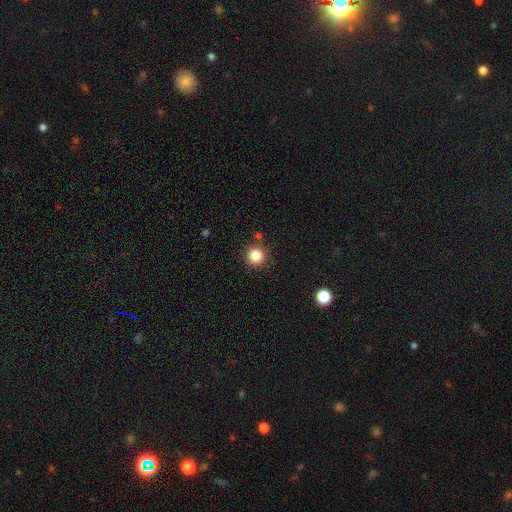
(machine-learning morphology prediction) Q: Smooth or featured?
A: smooth (85%); runner-up: star or artifact (11%)
Q: How rounded?
A: round (95%); runner-up: in between (4%)
Q: Merging?
A: none (86%); runner-up: minor disturbance (8%)